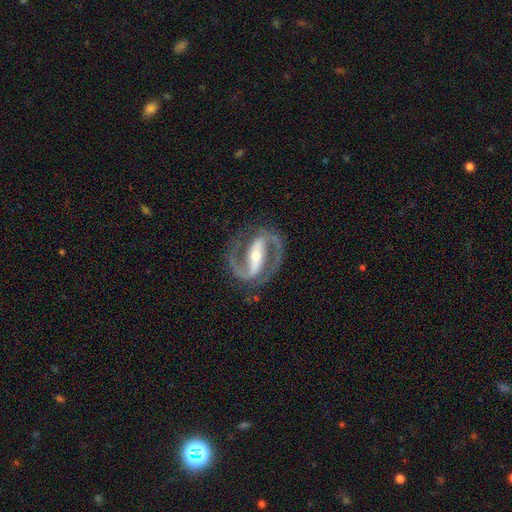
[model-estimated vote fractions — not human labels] This appears to be a featured or disk galaxy (93%) with a strong bar (74%), 2 (94%) medium (60%) spiral arms (98%) and a moderate central bulge (49%). Merging: none (85%).